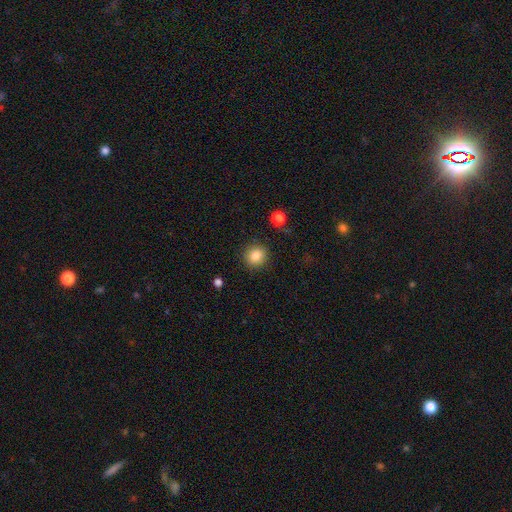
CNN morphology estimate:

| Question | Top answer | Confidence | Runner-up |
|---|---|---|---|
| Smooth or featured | smooth | 85% | star or artifact (10%) |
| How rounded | round | 87% | in between (13%) |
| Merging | none | 89% | minor disturbance (7%) |